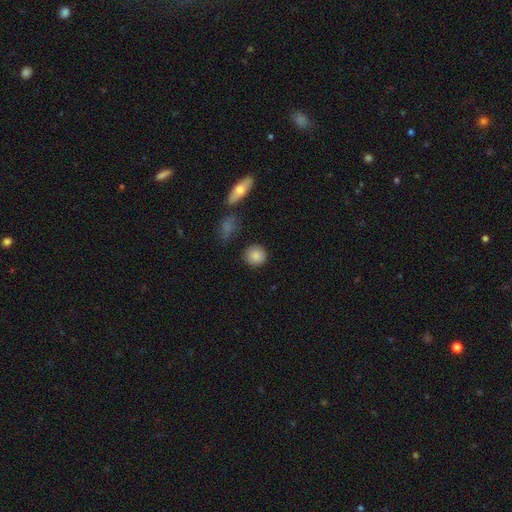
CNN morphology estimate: A smooth galaxy with no disk features (86%) that is round (89%). Merging: none (88%).